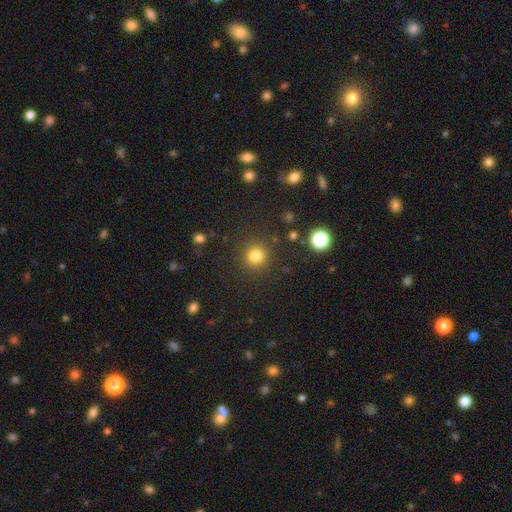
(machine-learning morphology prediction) Smooth or featured? smooth (81%)
How rounded? round (92%)
Merging? none (88%)